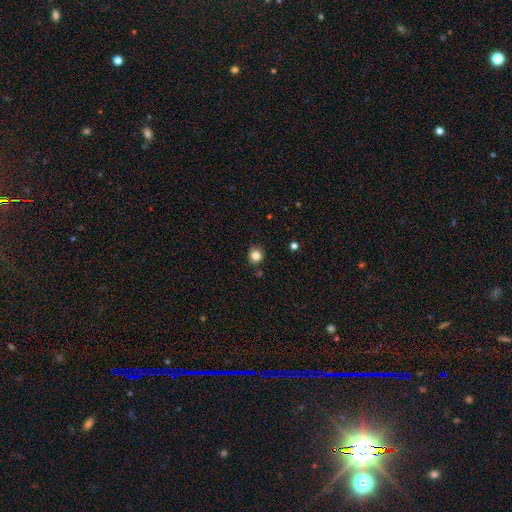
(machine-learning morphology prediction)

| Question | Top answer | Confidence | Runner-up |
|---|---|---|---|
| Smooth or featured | smooth | 84% | star or artifact (12%) |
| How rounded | round | 91% | in between (8%) |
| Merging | none | 85% | minor disturbance (11%) |